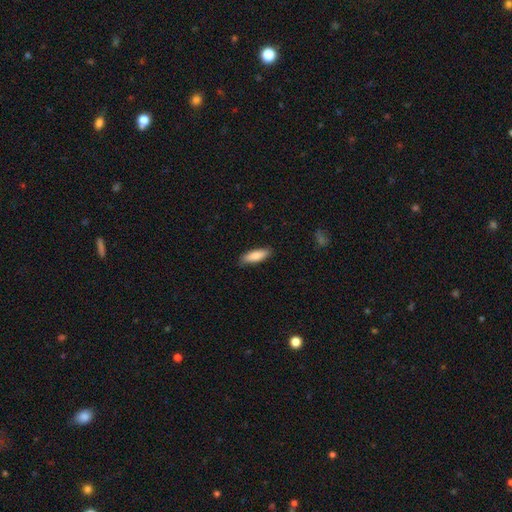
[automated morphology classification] A smooth galaxy with no disk features (85%) that is in between round and cigar-shaped (56%). Merging: none (85%).